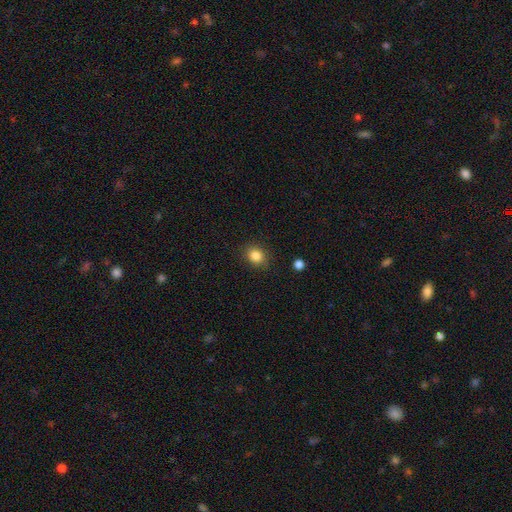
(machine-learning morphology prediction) Q: Smooth or featured?
A: smooth (85%); runner-up: star or artifact (11%)
Q: How rounded?
A: round (68%); runner-up: in between (31%)
Q: Merging?
A: none (87%); runner-up: minor disturbance (9%)